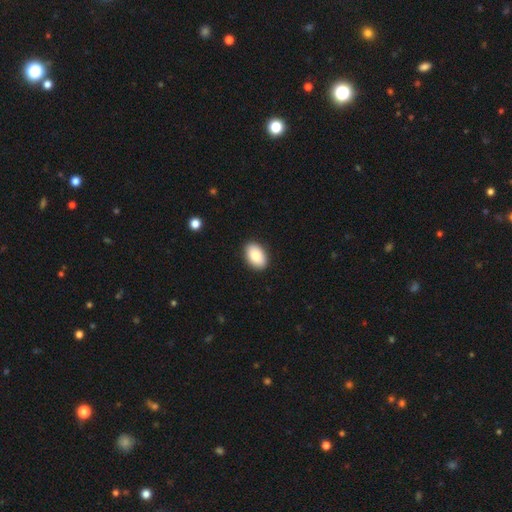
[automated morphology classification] A smooth galaxy with no disk features (86%) that is in between round and cigar-shaped (92%).

Vote fractions:
- Smooth or featured? smooth: 86% / featured or disk: 7% / star or artifact: 7%
- How rounded? in between: 92% / round: 7% / cigar-shaped: 1%
- Merging? none: 90% / minor disturbance: 7% / major disturbance: 2% / merger: 1%